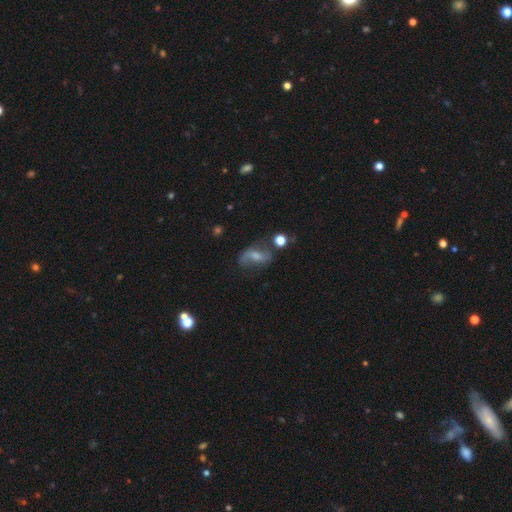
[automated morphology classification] smooth_or_featured: featured or disk (p=0.64) [alt: smooth p=0.25]
disk_edge_on: no (p=0.95) [alt: yes p=0.05]
bar: weak (p=0.45) [alt: no p=0.35]
has_spiral_arms: yes (p=0.87) [alt: no p=0.13]
spiral_winding: loose (p=0.72) [alt: medium p=0.22]
spiral_arm_count: 2 (p=0.85) [alt: 1 p=0.06]
bulge_size: moderate (p=0.40) [alt: small p=0.34]
merging: none (p=0.57) [alt: minor disturbance p=0.21]